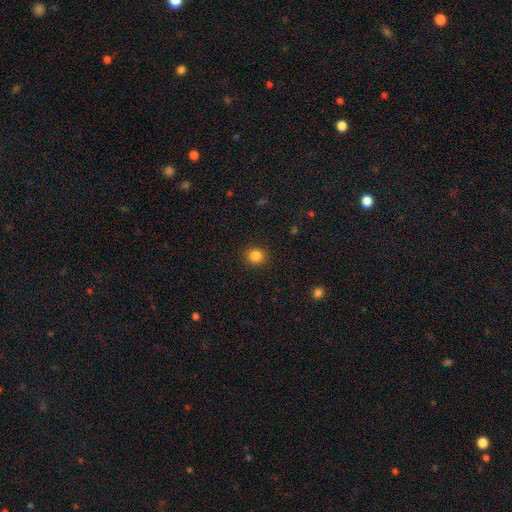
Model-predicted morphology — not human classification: This is clearly a smooth galaxy (85%). How rounded: clearly round (81%). Merging: clearly none (90%).